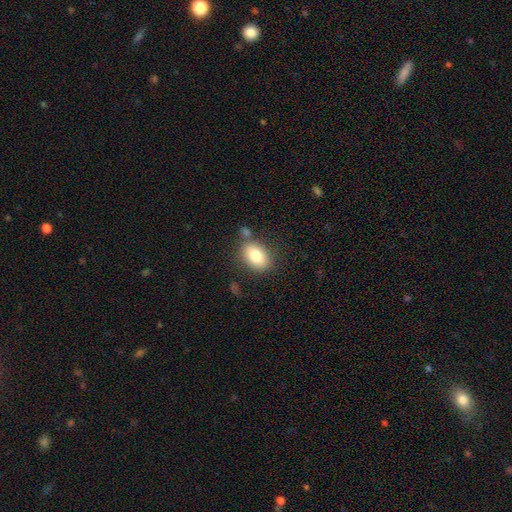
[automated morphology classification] A smooth galaxy with no disk features (81%) that is in between round and cigar-shaped (83%). Merging: none (70%).